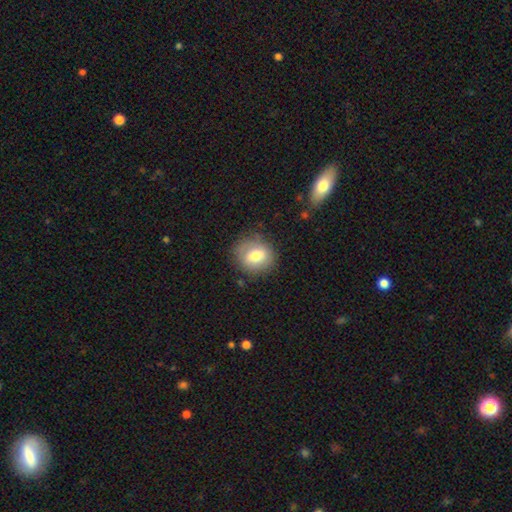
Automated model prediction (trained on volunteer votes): A smooth galaxy with no disk features (74%) that is round (71%).

Vote fractions:
- Smooth or featured? smooth: 74% / featured or disk: 18% / star or artifact: 8%
- How rounded? round: 71% / in between: 28% / cigar-shaped: 1%
- Merging? none: 78% / minor disturbance: 16% / major disturbance: 5% / merger: 2%